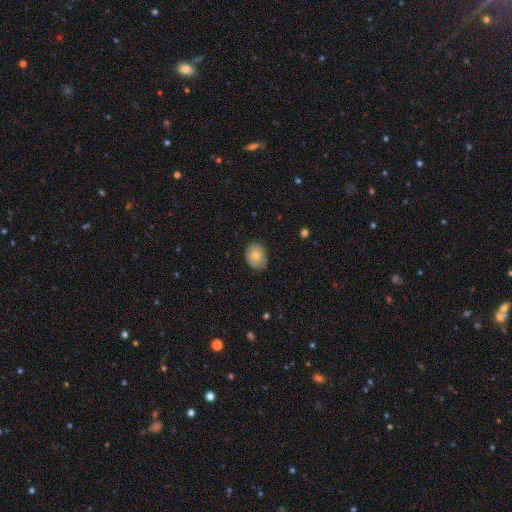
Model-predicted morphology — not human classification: A smooth galaxy with no disk features (79%) that is in between round and cigar-shaped (63%). Merging: none (80%).